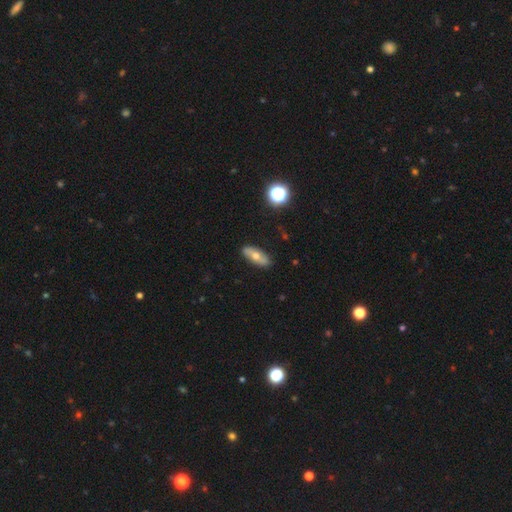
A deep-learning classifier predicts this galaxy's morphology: The model was most divided on "smooth or featured": smooth: 53%, featured or disk: 39%, star or artifact: 8%. More confident: merging — none (87%); how rounded — in between (68%).